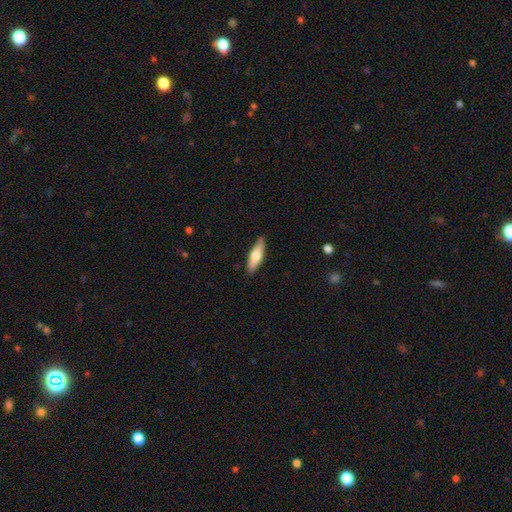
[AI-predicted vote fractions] Q: Smooth or featured?
A: smooth (63%); runner-up: featured or disk (31%)
Q: How rounded?
A: cigar-shaped (55%); runner-up: in between (43%)
Q: Merging?
A: none (83%); runner-up: minor disturbance (14%)